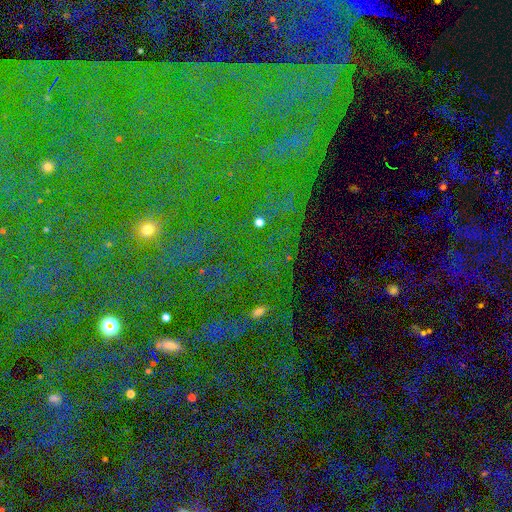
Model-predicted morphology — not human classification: Smooth or featured? Predicted: star or artifact (p=0.81).